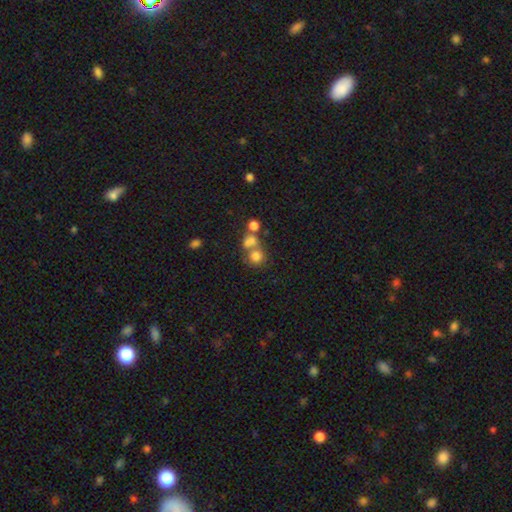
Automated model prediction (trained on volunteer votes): Smooth or featured? Predicted: smooth (p=0.72). How rounded? Predicted: round (p=0.82). Merging? Predicted: merger (p=0.44).